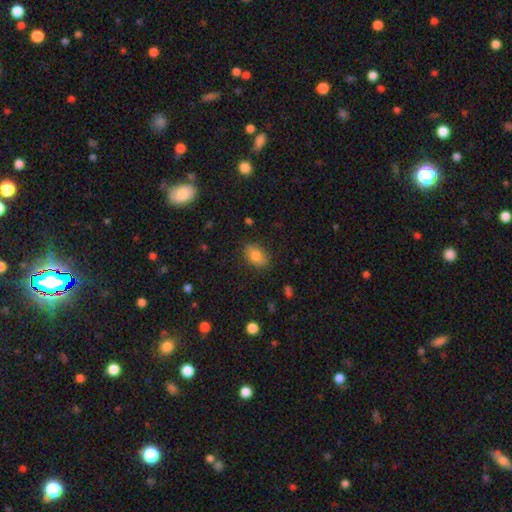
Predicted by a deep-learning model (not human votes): Smooth or featured: smooth — 78% (featured or disk — 13%)
How rounded: in between — 78% (round — 20%)
Merging: none — 79% (minor disturbance — 16%)